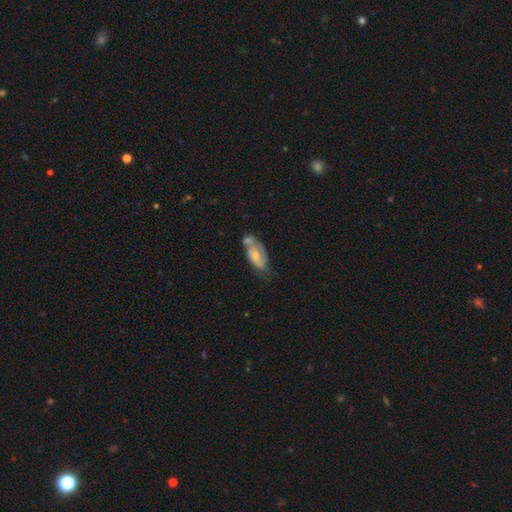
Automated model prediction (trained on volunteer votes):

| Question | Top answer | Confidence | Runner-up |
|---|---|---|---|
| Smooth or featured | smooth | 49% | featured or disk (45%) |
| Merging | merger | 30% | tied: none (30%) |